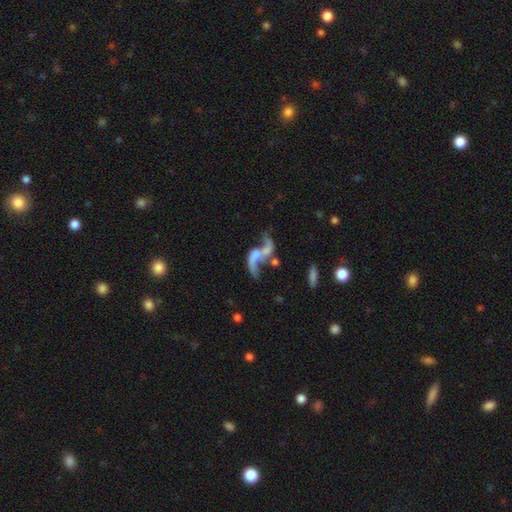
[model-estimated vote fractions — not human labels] Overall: featured or disk (79%). Edge-on disk: no (95%). Bar: no (58%; weak 32%). Spiral arms: yes (82%). Spiral arm count: 2 (86%). Spiral winding: loose (92%). Bulge size: none (42%; small 29%). Merging: merger (39%; none 28%).